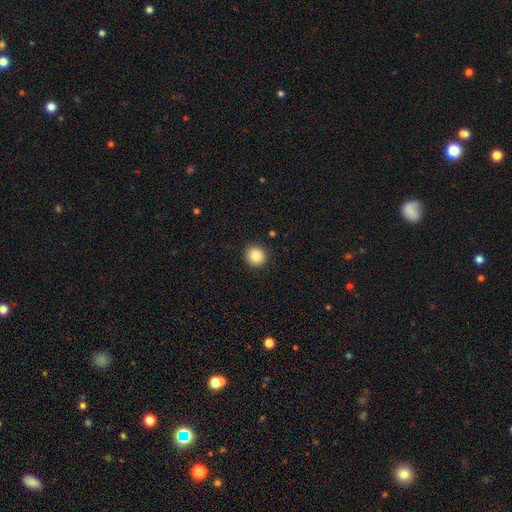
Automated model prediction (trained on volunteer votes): A smooth galaxy with no disk features (85%) that is round (91%).

Vote fractions:
- Smooth or featured? smooth: 85% / star or artifact: 9% / featured or disk: 5%
- How rounded? round: 91% / in between: 8% / cigar-shaped: 1%
- Merging? none: 92% / minor disturbance: 5% / major disturbance: 2% / merger: 1%